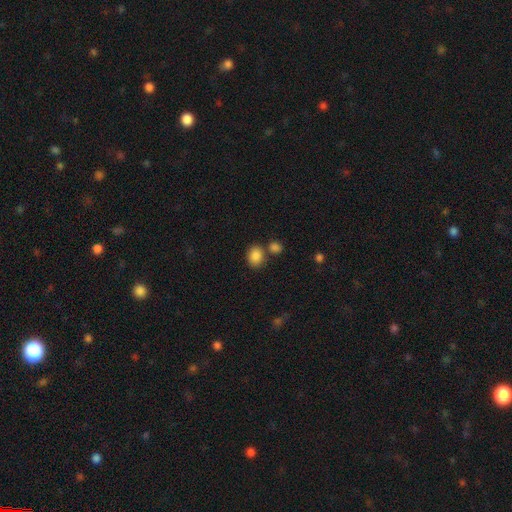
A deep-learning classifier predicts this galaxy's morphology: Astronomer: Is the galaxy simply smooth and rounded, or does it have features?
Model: smooth — 87%.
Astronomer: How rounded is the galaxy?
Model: in between — 56% (runner-up: round, 43%).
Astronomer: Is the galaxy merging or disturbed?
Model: none — 64%.